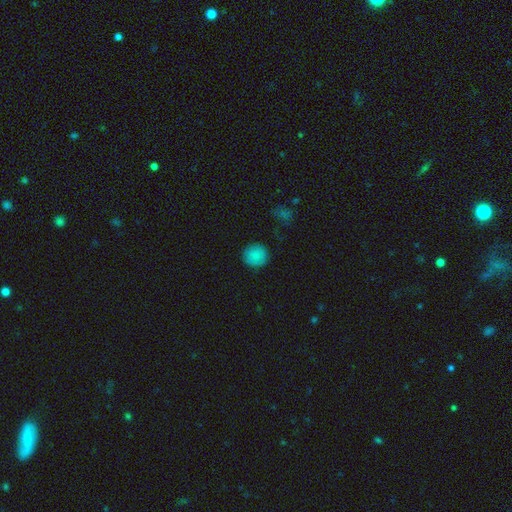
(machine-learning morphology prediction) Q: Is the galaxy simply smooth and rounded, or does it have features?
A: smooth — 86%.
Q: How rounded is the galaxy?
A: round — 91%.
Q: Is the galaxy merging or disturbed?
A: none — 89%.